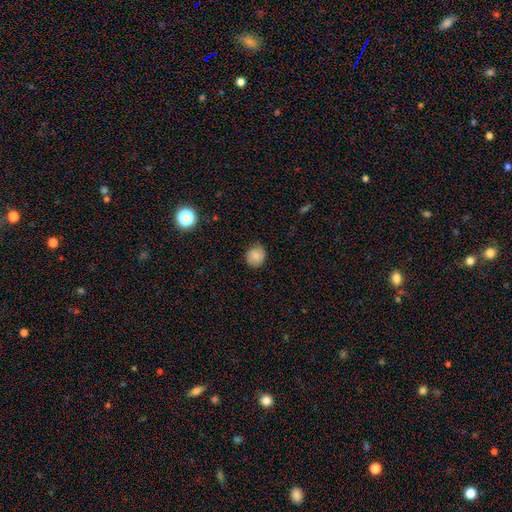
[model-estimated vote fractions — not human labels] smooth_or_featured: smooth (p=0.80) [alt: featured or disk p=0.11]
how_rounded: round (p=0.77) [alt: in between p=0.22]
merging: none (p=0.79) [alt: minor disturbance p=0.17]